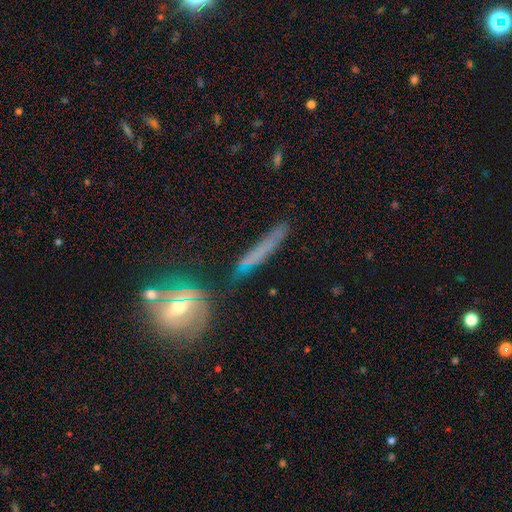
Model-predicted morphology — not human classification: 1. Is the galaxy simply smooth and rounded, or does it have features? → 48% smooth, 37% featured or disk, 15% star or artifact.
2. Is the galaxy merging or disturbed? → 68% none, 18% minor disturbance, 7% merger, 6% major disturbance.